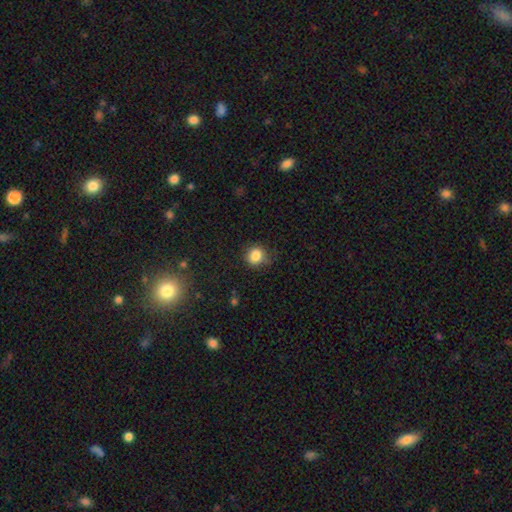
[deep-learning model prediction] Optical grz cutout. It shows a smooth galaxy with no disk features (84%) that is round (86%). Merging: none (76%).